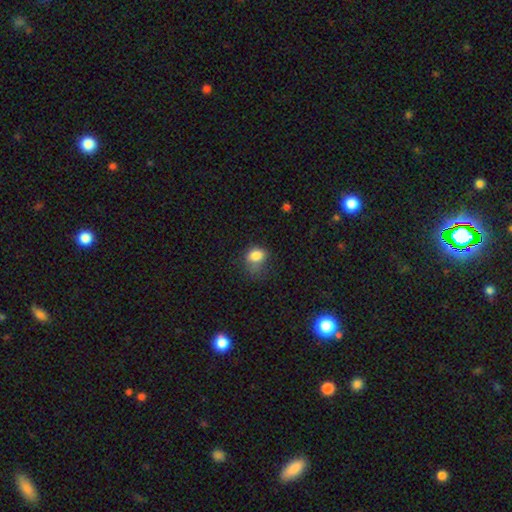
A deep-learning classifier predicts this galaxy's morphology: Smooth or featured? smooth (81%)
How rounded? in between (53%)
Merging? none (36%)